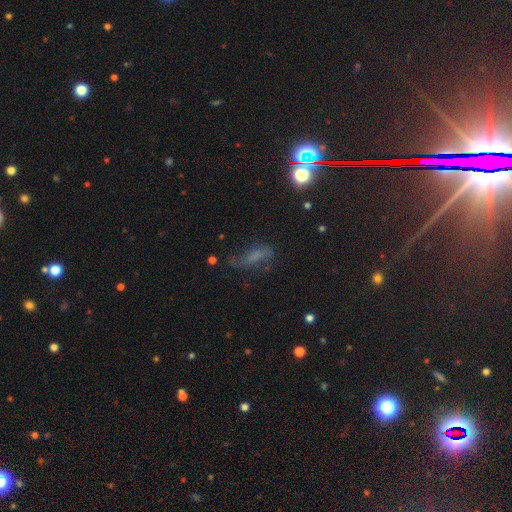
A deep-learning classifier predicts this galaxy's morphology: type=smooth (38%); merging=none (50%).